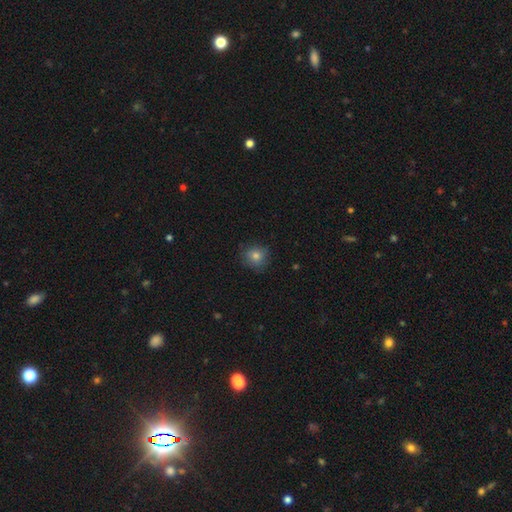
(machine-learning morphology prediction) Overall: smooth (79%). How rounded: round (88%). Merging: none (83%).